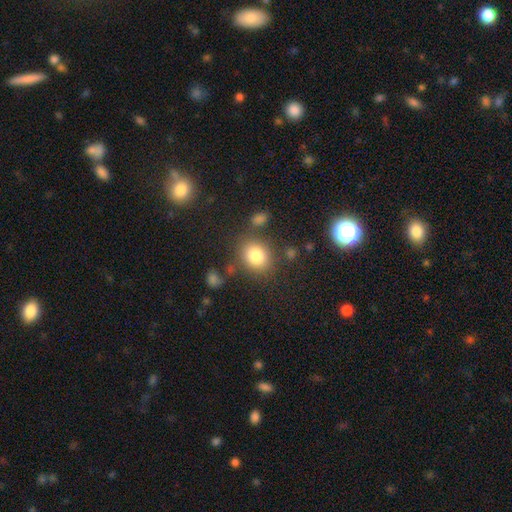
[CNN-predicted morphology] type=smooth (82%); roundness=round (64%); merging=none (77%).